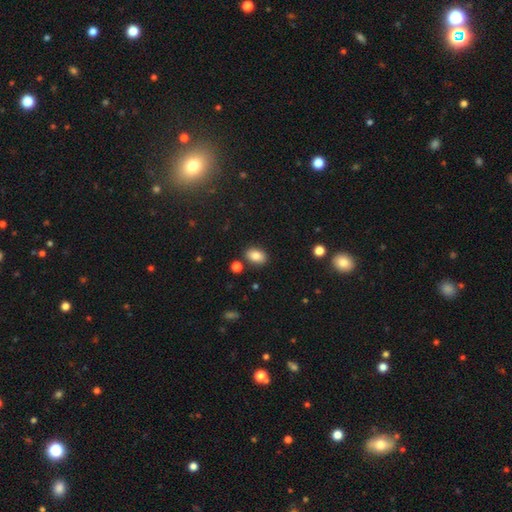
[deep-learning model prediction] Smooth or featured?
  - smooth: 83% *
  - star or artifact: 9%
  - featured or disk: 8%
How rounded?
  - in between: 86% *
  - round: 13%
  - cigar-shaped: 1%
Merging?
  - none: 84% *
  - minor disturbance: 9%
  - merger: 5%
  - major disturbance: 2%